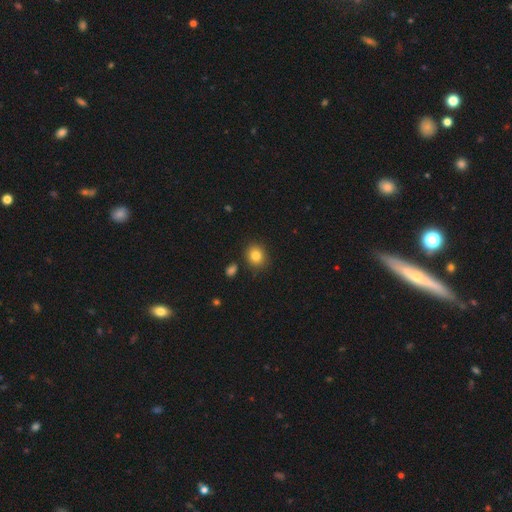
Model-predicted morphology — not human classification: type=smooth (83%); roundness=round (71%); merging=none (85%).